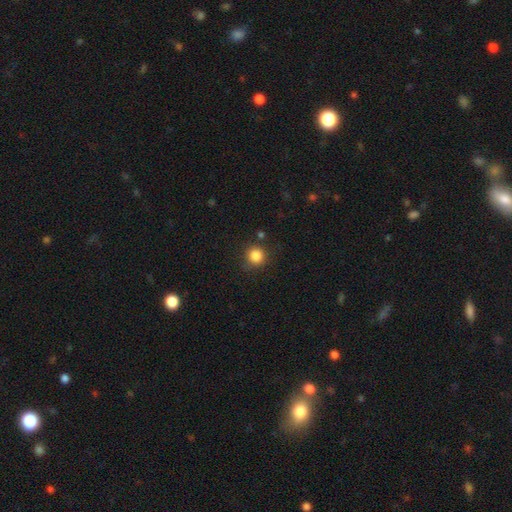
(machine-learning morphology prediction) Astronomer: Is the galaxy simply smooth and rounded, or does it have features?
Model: smooth — 85%.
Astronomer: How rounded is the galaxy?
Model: round — 93%.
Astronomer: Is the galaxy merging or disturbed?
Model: none — 85%.